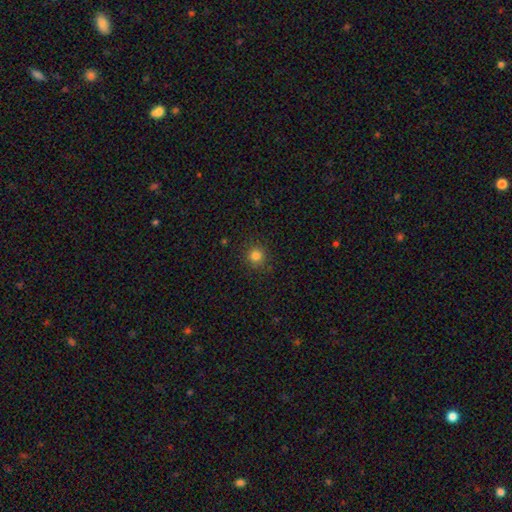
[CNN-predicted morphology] type=smooth (82%); roundness=round (94%); merging=none (90%).